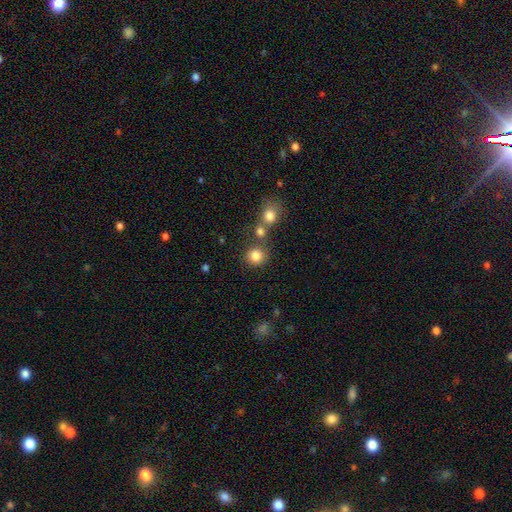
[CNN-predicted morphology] smooth 83%, star or artifact 12%, featured or disk 6%. Down the decision tree: how rounded — round (90%); merging — none (71%).